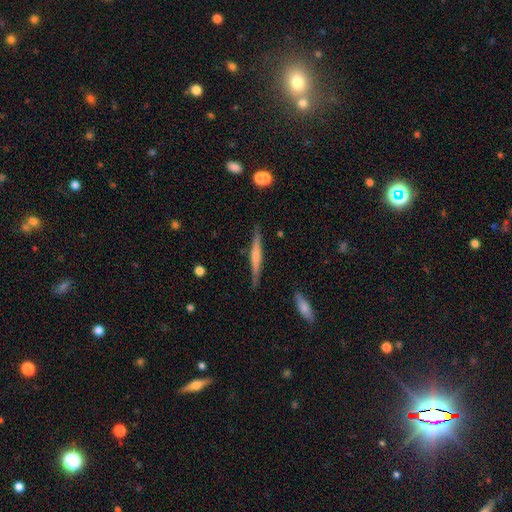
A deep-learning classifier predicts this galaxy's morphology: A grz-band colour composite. It shows a featured or disk galaxy (53%) viewed edge-on (97%) with no central bulge (41%). Merging: none (87%).